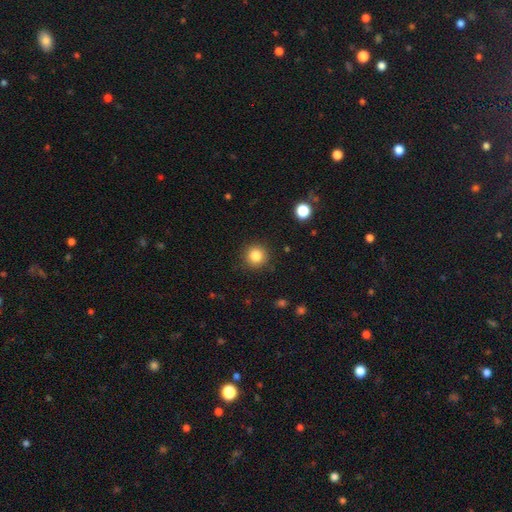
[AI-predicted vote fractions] Overall: smooth (84%). How rounded: round (94%). Merging: none (90%).